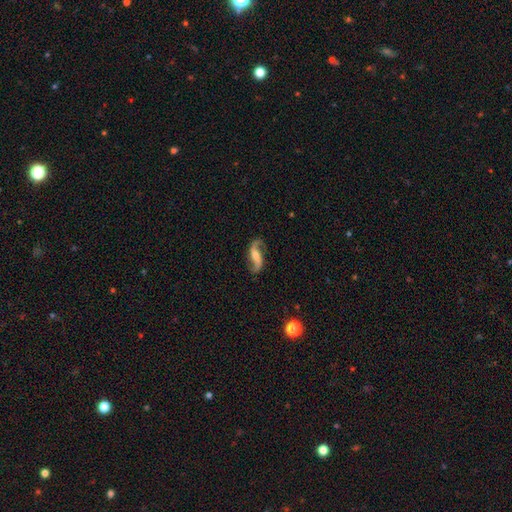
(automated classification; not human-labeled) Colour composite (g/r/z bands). It shows a featured or disk galaxy (86%) with a weak bar (40%), 2 (93%) loose (70%) spiral arms (97%) and a moderate central bulge (37%). Merging: none (79%).